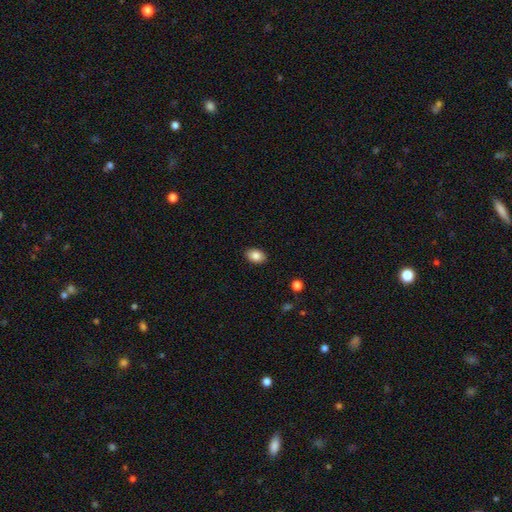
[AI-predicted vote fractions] This appears to be a smooth galaxy with no disk features (85%) that is in between round and cigar-shaped (85%). Merging: none (89%).